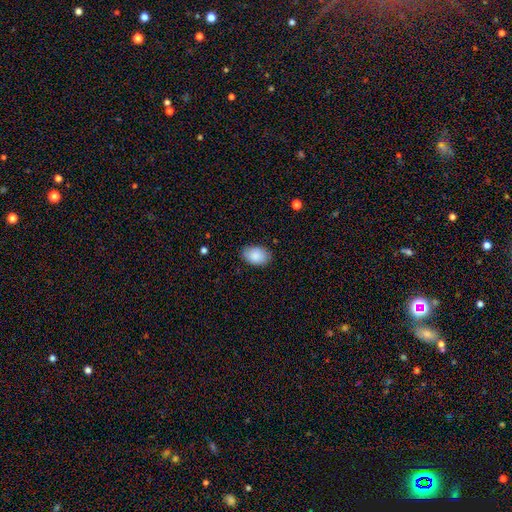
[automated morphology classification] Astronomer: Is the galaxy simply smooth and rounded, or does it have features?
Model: smooth — 88%.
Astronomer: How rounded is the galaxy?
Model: in between — 86%.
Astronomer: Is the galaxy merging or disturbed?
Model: none — 83%.